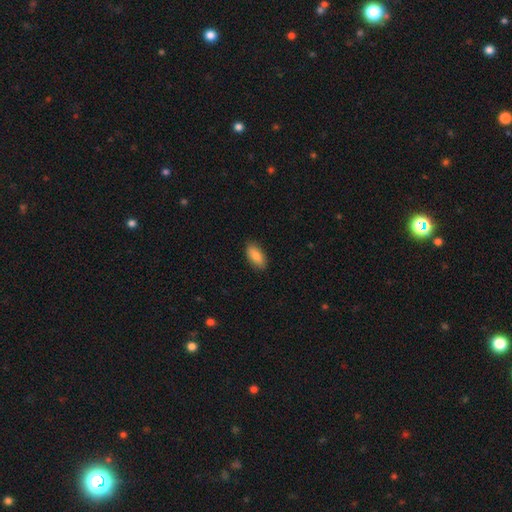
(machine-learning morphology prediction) Smooth or featured: smooth — 86% (featured or disk — 8%)
How rounded: in between — 89% (cigar-shaped — 9%)
Merging: none — 88% (minor disturbance — 9%)